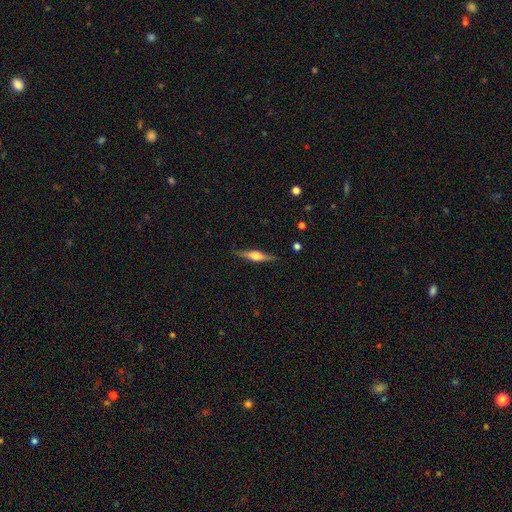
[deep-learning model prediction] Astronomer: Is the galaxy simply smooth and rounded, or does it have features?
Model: featured or disk — 67%.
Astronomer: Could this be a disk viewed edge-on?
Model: yes — 97%.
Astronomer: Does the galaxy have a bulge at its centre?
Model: rounded — 91%.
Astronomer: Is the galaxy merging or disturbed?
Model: none — 89%.